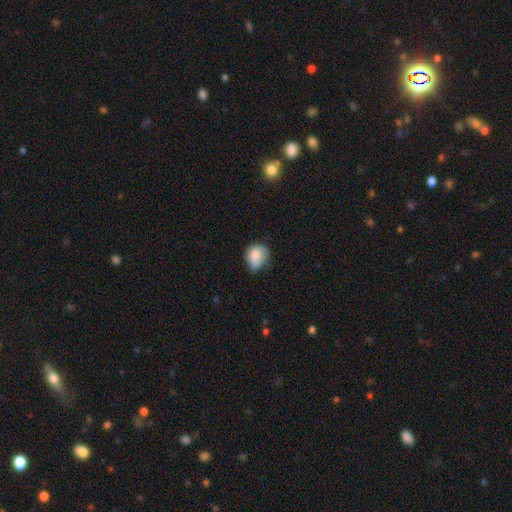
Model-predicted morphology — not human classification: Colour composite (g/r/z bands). It shows a smooth galaxy with no disk features (81%) that is round (52%). Merging: minor disturbance (43%).